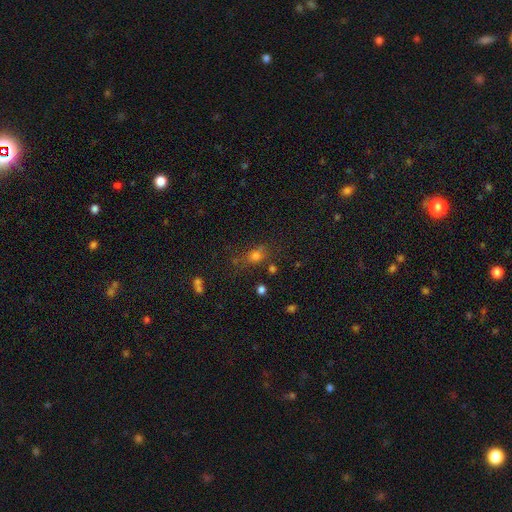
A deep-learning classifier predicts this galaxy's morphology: Smooth or featured: smooth — 66% (star or artifact — 22%)
How rounded: round — 51% (in between — 44%)
Merging: none — 62% (minor disturbance — 19%)